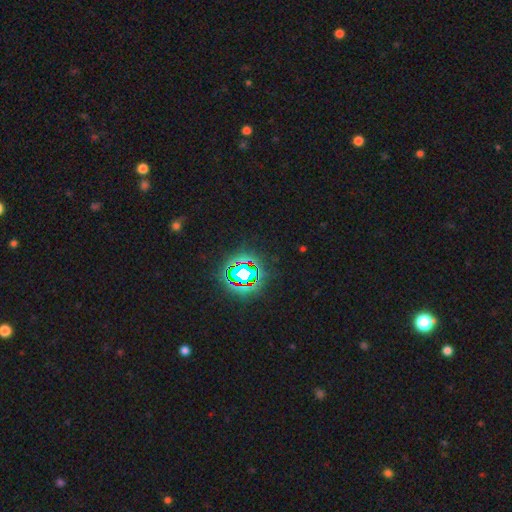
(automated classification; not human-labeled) A star or artifact, not a galaxy (80%).